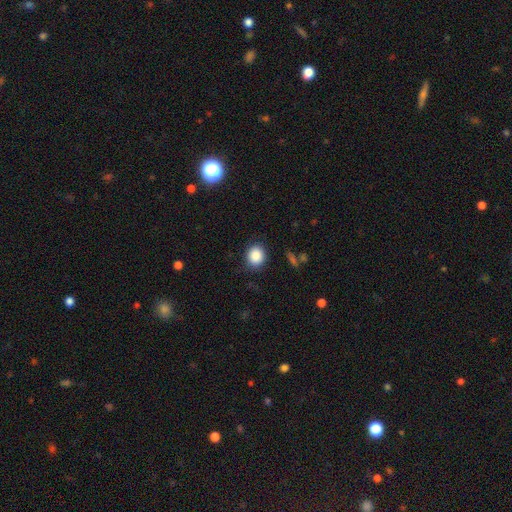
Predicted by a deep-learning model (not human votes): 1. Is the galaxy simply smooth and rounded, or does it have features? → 87% smooth, 9% star or artifact, 4% featured or disk.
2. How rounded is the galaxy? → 75% round, 24% in between, 1% cigar-shaped.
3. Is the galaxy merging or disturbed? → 86% none, 10% minor disturbance, 3% major disturbance, 1% merger.